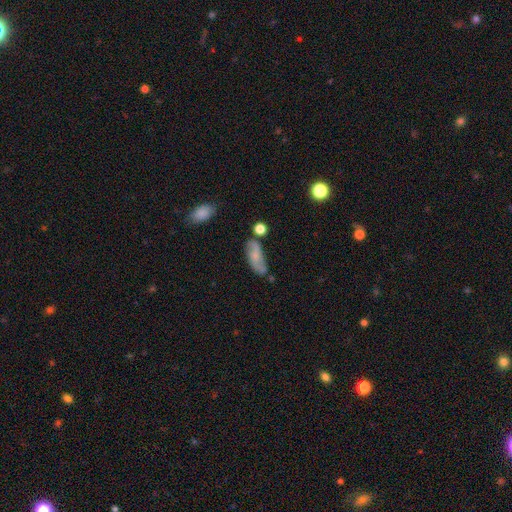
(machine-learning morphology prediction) Smooth or featured?
  - smooth: 51% *
  - featured or disk: 41%
  - star or artifact: 8%
How rounded?
  - in between: 75% *
  - cigar-shaped: 21%
  - round: 4%
Merging?
  - none: 59% *
  - minor disturbance: 25%
  - merger: 9%
  - major disturbance: 8%